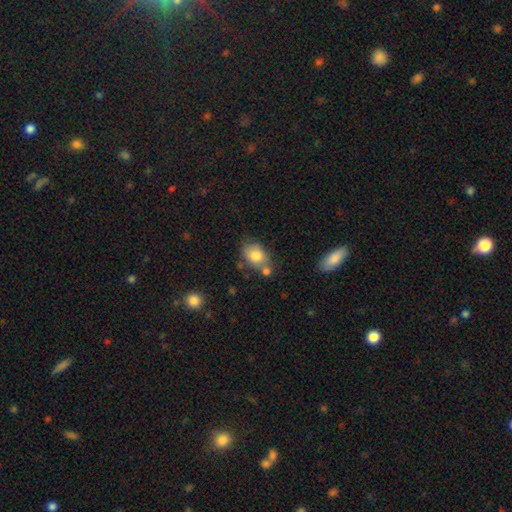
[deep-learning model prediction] Smooth or featured?
  - smooth: 80% *
  - featured or disk: 11%
  - star or artifact: 8%
How rounded?
  - in between: 74% *
  - round: 25%
  - cigar-shaped: 1%
Merging?
  - none: 56% *
  - merger: 21%
  - minor disturbance: 18%
  - major disturbance: 5%